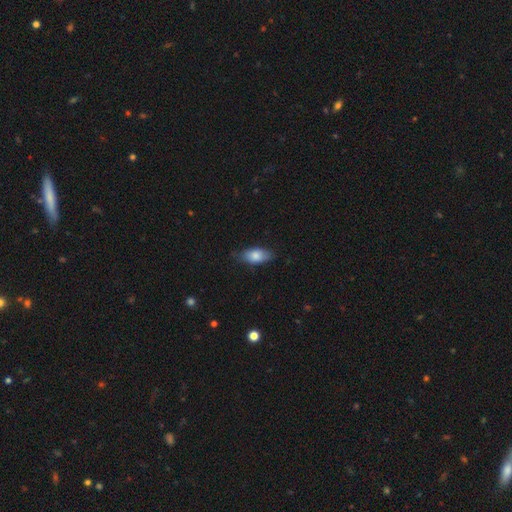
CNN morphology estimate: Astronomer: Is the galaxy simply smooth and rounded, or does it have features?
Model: smooth — 80%.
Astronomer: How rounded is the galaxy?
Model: in between — 88%.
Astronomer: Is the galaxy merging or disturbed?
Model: none — 72%.